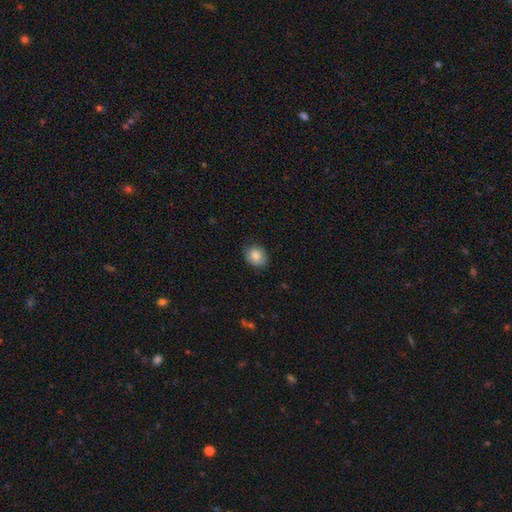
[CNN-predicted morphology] smooth 84%, featured or disk 8%, star or artifact 8%. Down the decision tree: how rounded — round (53%); merging — none (79%).